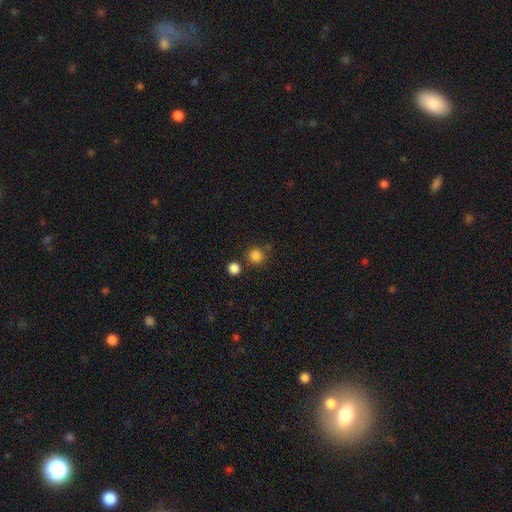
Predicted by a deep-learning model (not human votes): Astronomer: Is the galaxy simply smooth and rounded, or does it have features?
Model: smooth — 83%.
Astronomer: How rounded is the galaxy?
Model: round — 93%.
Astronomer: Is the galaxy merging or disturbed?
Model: none — 74%.